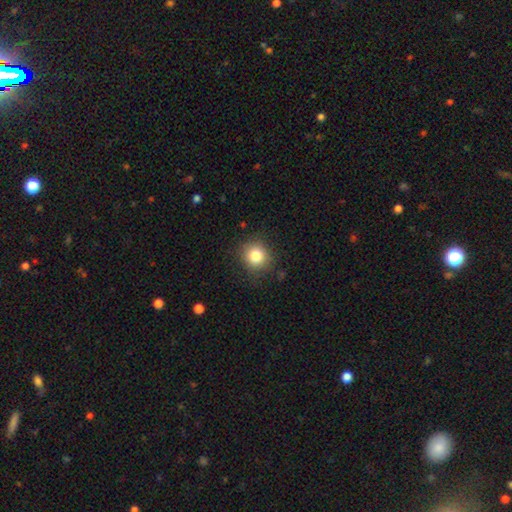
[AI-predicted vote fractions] This appears to be a smooth galaxy with no disk features (83%) that is round (88%). Merging: none (87%).